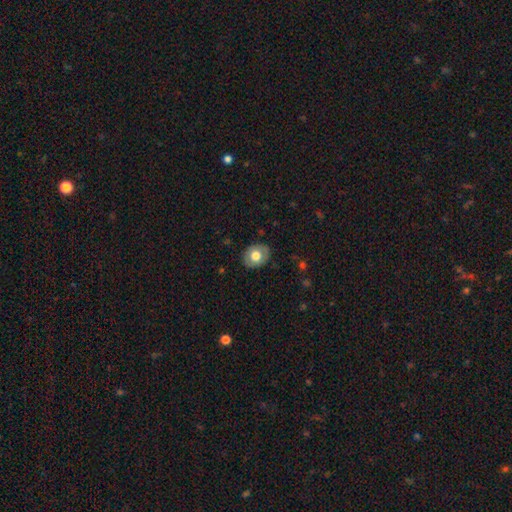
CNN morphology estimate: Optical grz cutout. It shows a smooth galaxy with no disk features (70%) that is in between round and cigar-shaped (52%). Merging: none (85%).